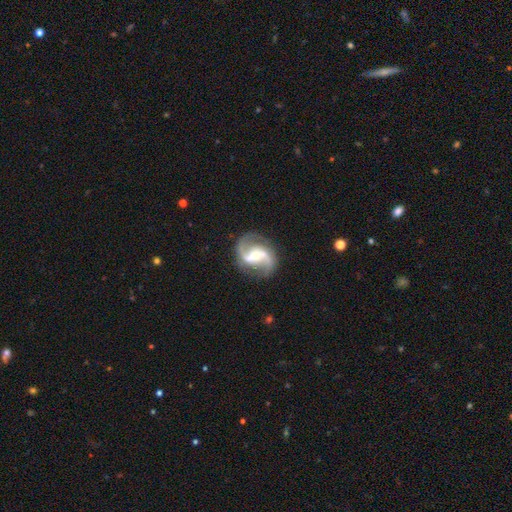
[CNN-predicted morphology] featured or disk 89%, smooth 6%, star or artifact 5%. Down the decision tree: edge-on disk — no (98%); bar — weak (42%); spiral arms — yes (97%); spiral arm count — 2 (93%); spiral winding — medium (45%, tied with loose); bulge size — moderate (40%, tied with small); merging — none (79%).